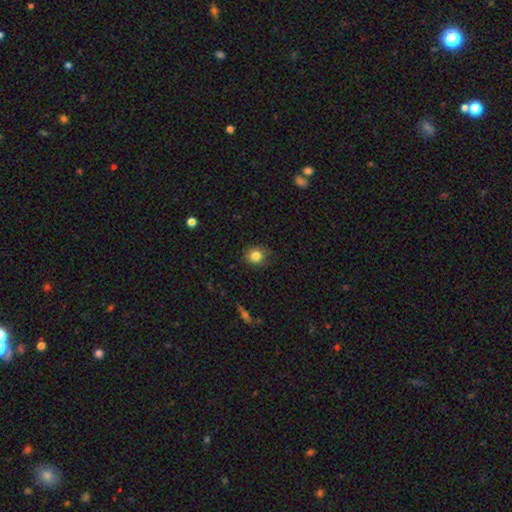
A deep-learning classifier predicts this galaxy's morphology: This is clearly a smooth galaxy (83%). How rounded: clearly round (84%). Merging: clearly none (82%).